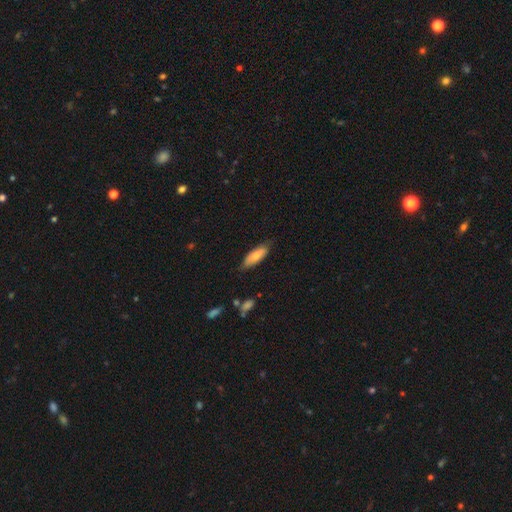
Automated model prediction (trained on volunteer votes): Q: Smooth or featured?
A: smooth (74%); runner-up: featured or disk (20%)
Q: How rounded?
A: in between (58%); runner-up: cigar-shaped (40%)
Q: Merging?
A: none (76%); runner-up: minor disturbance (19%)